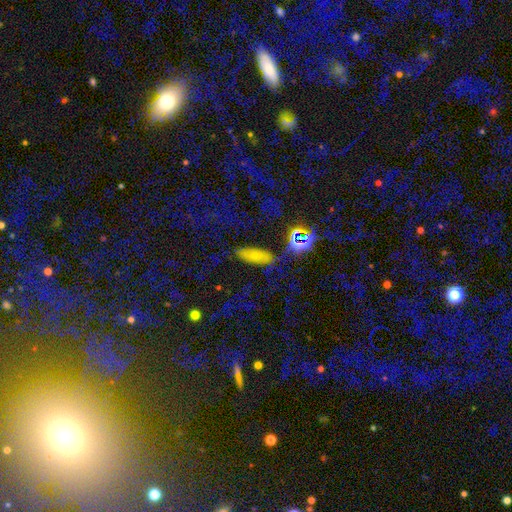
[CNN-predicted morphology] smooth 57%, star or artifact 28%, featured or disk 15%. Down the decision tree: how rounded — in between (63%); merging — none (71%).